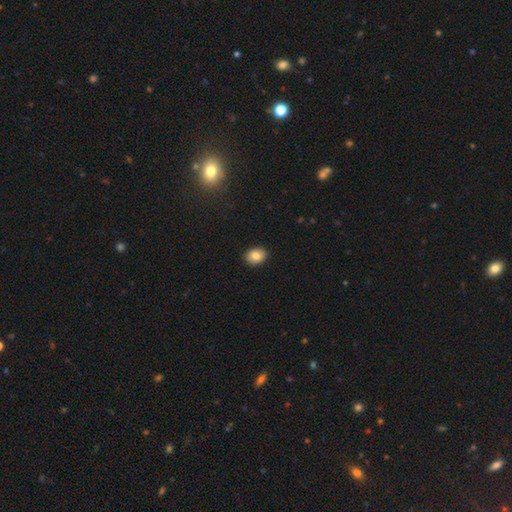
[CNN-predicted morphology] type=smooth (85%); roundness=in between (62%); merging=none (90%).